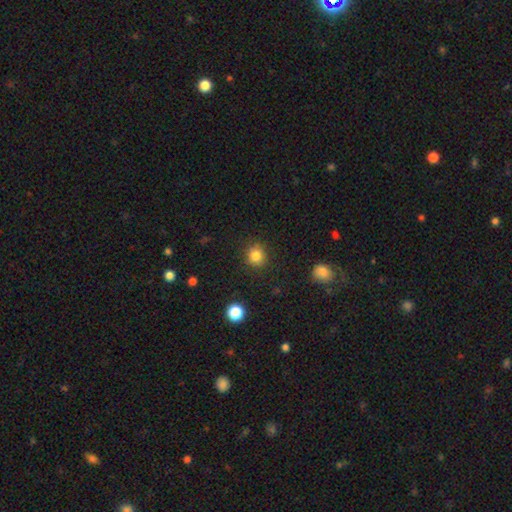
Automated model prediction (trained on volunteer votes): A smooth galaxy with no disk features (84%) that is round (88%). Merging: none (88%).